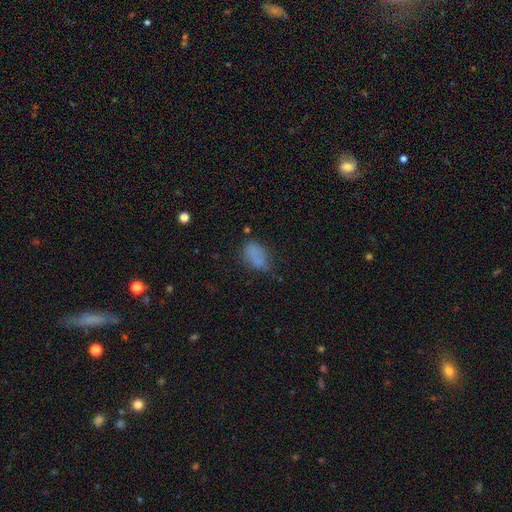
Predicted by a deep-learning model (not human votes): The model was most divided on "merging": none: 58%, minor disturbance: 27%, major disturbance: 11%, merger: 5%. More confident: how rounded — in between (89%); smooth or featured — smooth (78%).